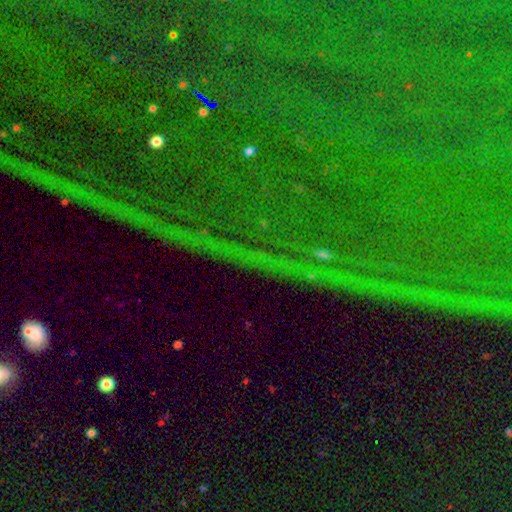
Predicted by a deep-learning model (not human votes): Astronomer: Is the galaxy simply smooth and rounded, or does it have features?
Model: star or artifact — 84%.